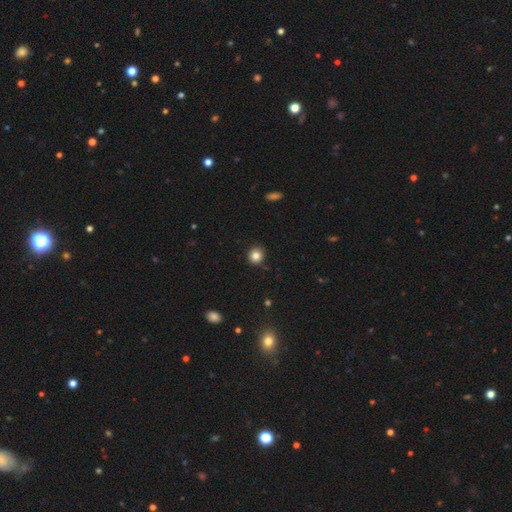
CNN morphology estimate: This appears to be a smooth galaxy with no disk features (83%) that is round (90%). Merging: none (88%).